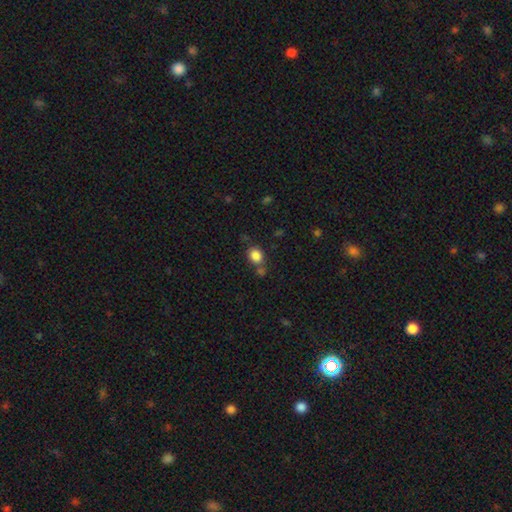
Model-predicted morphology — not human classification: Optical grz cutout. It shows a smooth galaxy with no disk features (85%) that is round (59%). Merging: none (67%).